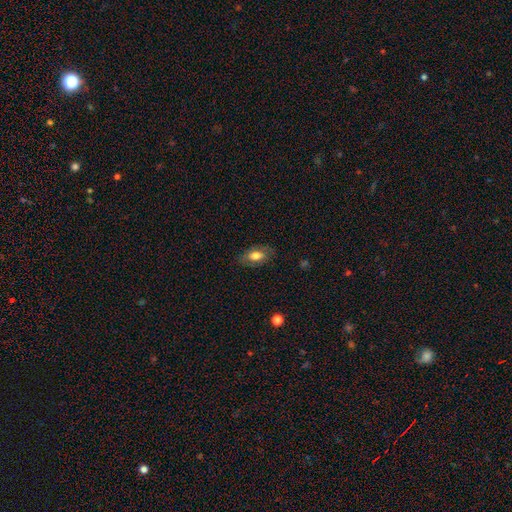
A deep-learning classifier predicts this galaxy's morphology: type=smooth (69%); roundness=in between (90%); merging=none (78%).